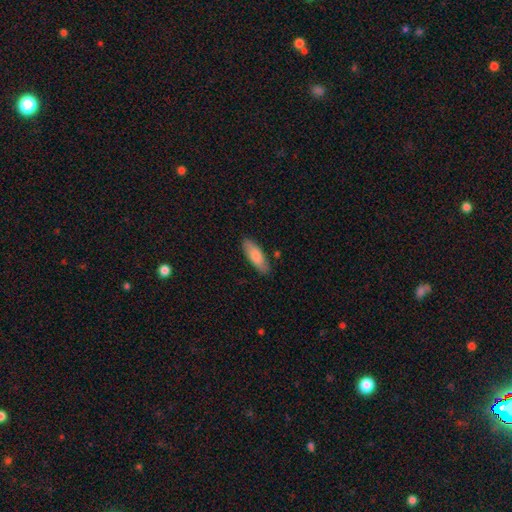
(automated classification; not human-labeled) smooth-or-featured: smooth: 81% | featured or disk: 13% | star or artifact: 6%
  how-rounded: in between: 64% | cigar-shaped: 35% | round: 2%
  merging: none: 83% | minor disturbance: 13% | major disturbance: 2% | merger: 2%